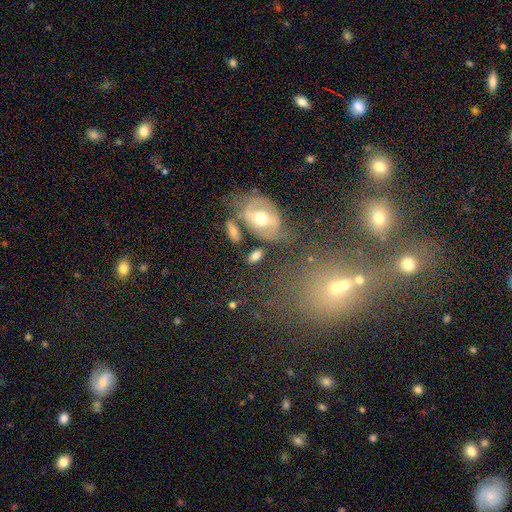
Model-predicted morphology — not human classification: Smooth or featured? smooth (69%)
How rounded? in between (82%)
Merging? none (67%)